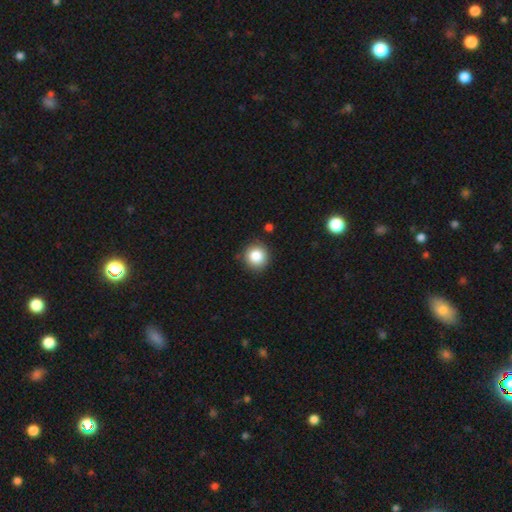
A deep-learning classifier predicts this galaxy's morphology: Smooth or featured: smooth — 84% (star or artifact — 10%)
How rounded: round — 93% (in between — 6%)
Merging: none — 88% (minor disturbance — 8%)